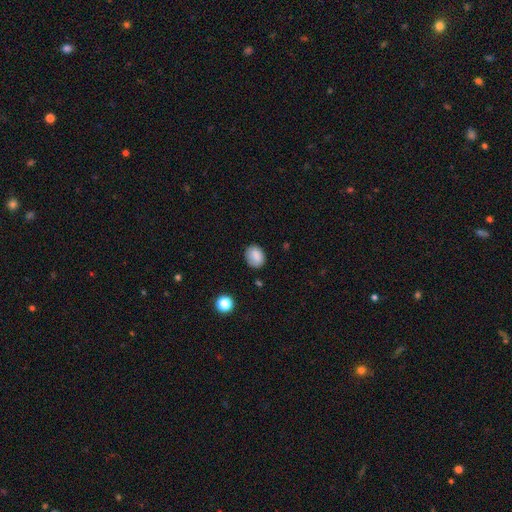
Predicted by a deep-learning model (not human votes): smooth_or_featured: smooth (p=0.85) [alt: star or artifact p=0.09]
how_rounded: in between (p=0.51) [alt: round p=0.48]
merging: none (p=0.79) [alt: minor disturbance p=0.16]